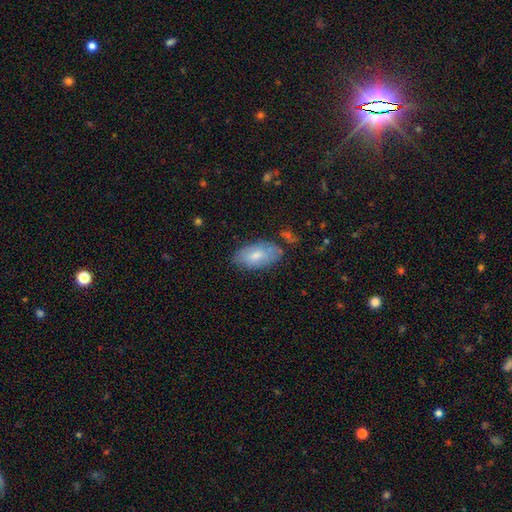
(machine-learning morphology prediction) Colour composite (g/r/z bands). It shows a smooth galaxy with no disk features (74%) that is in between round and cigar-shaped (94%). Merging: none (71%).